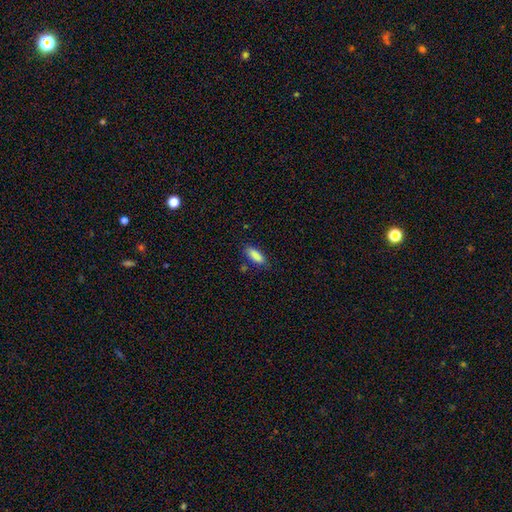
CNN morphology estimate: Smooth or featured? smooth (88%)
How rounded? in between (73%)
Merging? none (76%)